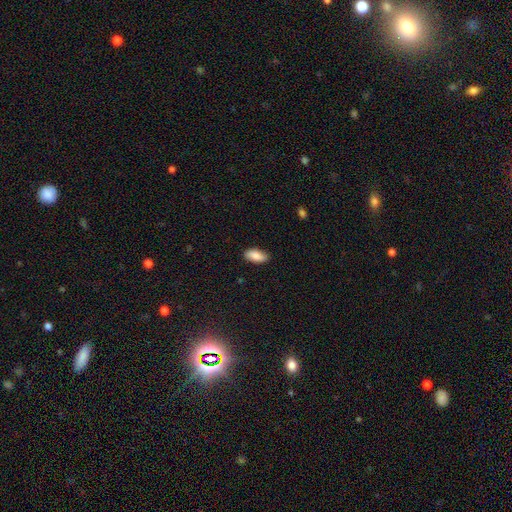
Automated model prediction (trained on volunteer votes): smooth 85%, featured or disk 9%, star or artifact 6%. Down the decision tree: how rounded — in between (90%); merging — none (87%).